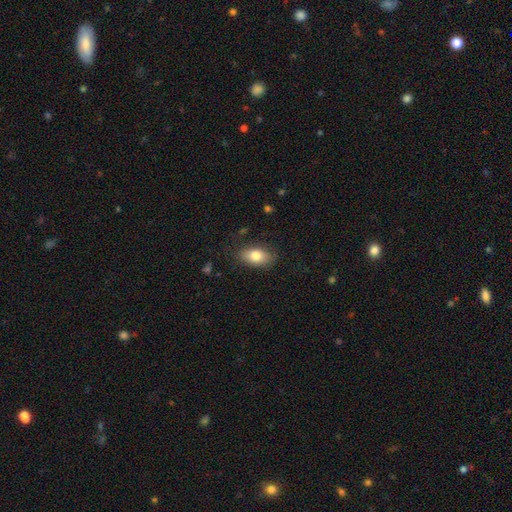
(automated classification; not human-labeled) Q: Smooth or featured?
A: smooth (82%); runner-up: featured or disk (11%)
Q: How rounded?
A: in between (90%); runner-up: round (7%)
Q: Merging?
A: none (81%); runner-up: minor disturbance (14%)